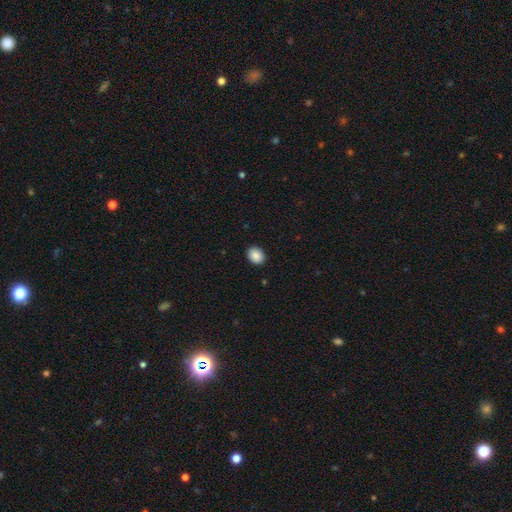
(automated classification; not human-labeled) The model was most divided on "how rounded": in between: 50%, round: 49%, cigar-shaped: 1%. More confident: merging — none (90%); smooth or featured — smooth (89%).